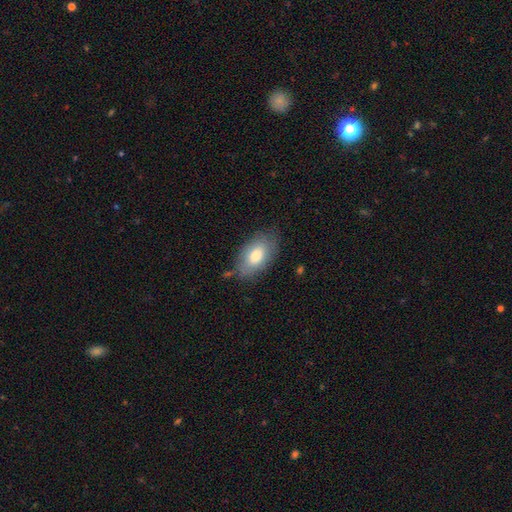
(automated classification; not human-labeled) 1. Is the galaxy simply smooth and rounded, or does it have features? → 78% smooth, 15% featured or disk, 7% star or artifact.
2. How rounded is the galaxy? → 92% in between, 6% round, 2% cigar-shaped.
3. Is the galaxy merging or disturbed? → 74% none, 19% minor disturbance, 5% major disturbance, 2% merger.